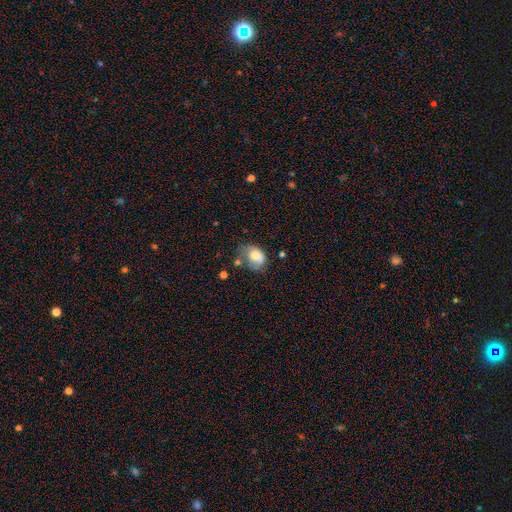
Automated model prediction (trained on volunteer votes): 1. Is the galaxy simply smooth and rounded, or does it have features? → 67% smooth, 25% featured or disk, 8% star or artifact.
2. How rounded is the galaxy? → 67% in between, 32% round, 1% cigar-shaped.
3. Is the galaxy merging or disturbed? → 35% minor disturbance, 31% none, 22% major disturbance, 11% merger.